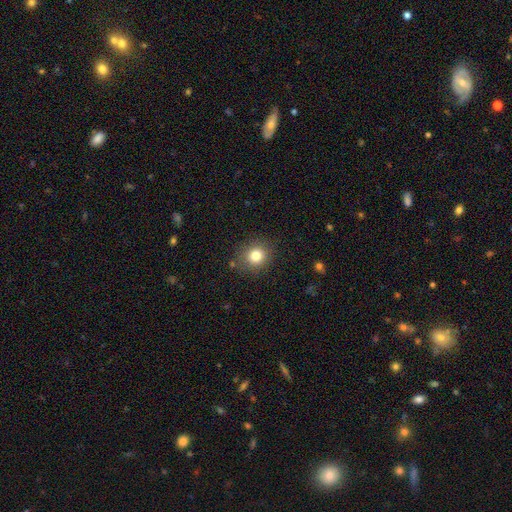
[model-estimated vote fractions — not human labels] Morphology: type=smooth (80%); roundness=round (82%); merging=none (84%).